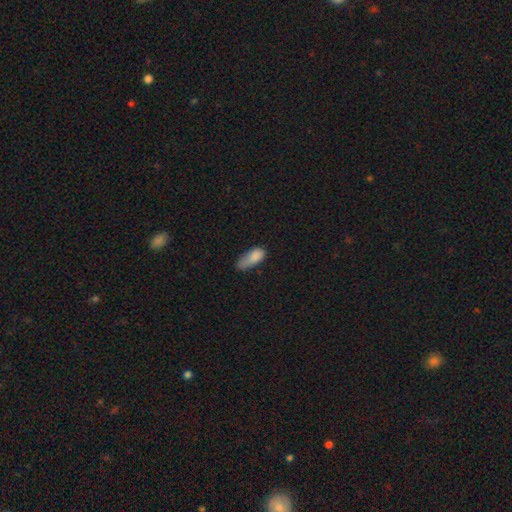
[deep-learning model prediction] smooth-or-featured: smooth: 82% | featured or disk: 9% | star or artifact: 8%
  how-rounded: in between: 82% | cigar-shaped: 15% | round: 3%
  merging: minor disturbance: 42% | none: 35% | major disturbance: 18% | merger: 5%